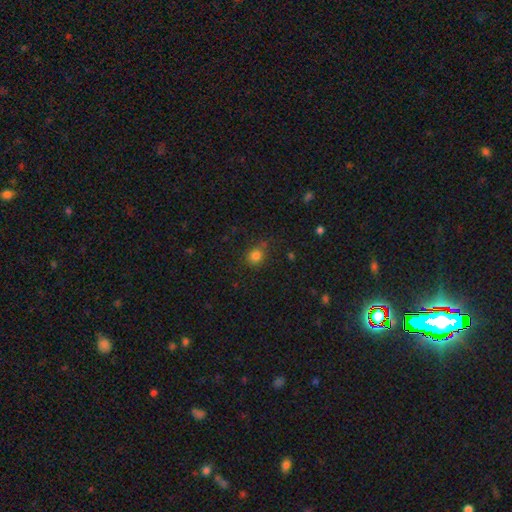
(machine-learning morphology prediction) Smooth or featured? Predicted: smooth (p=0.81). How rounded? Predicted: round (p=0.76). Merging? Predicted: none (p=0.71).